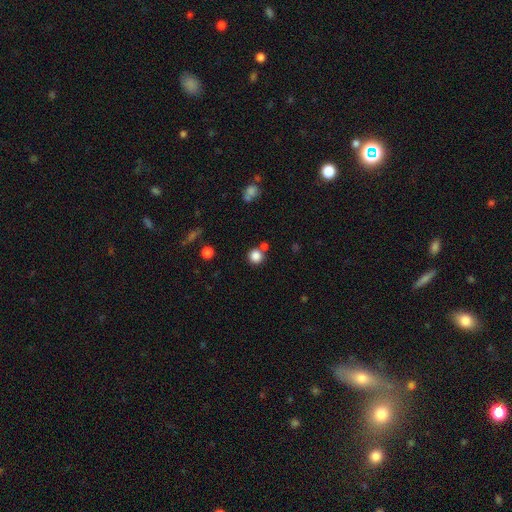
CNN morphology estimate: This is clearly a smooth galaxy (84%). How rounded: clearly round (92%). Merging: likely none (72%).